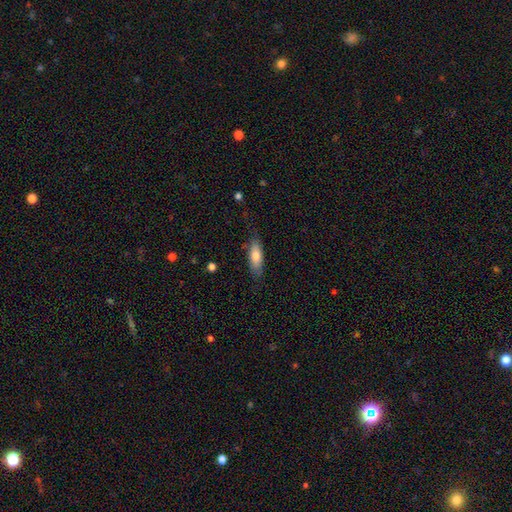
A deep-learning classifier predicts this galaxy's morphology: Smooth or featured?
  - smooth: 78% *
  - featured or disk: 16%
  - star or artifact: 6%
How rounded?
  - in between: 64% *
  - cigar-shaped: 34%
  - round: 2%
Merging?
  - none: 76% *
  - minor disturbance: 18%
  - major disturbance: 4%
  - merger: 2%